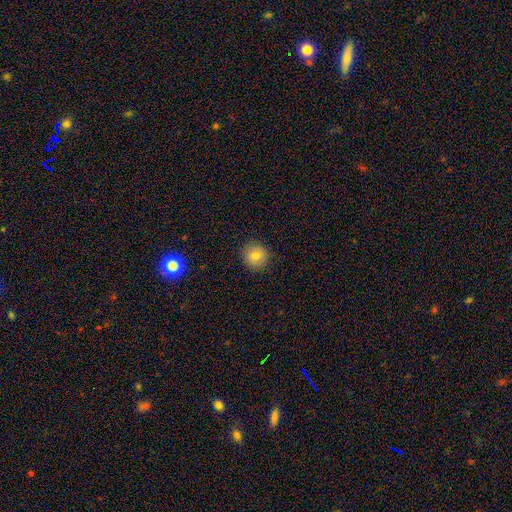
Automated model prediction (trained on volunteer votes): Morphology: type=smooth (82%); roundness=round (92%); merging=none (88%).